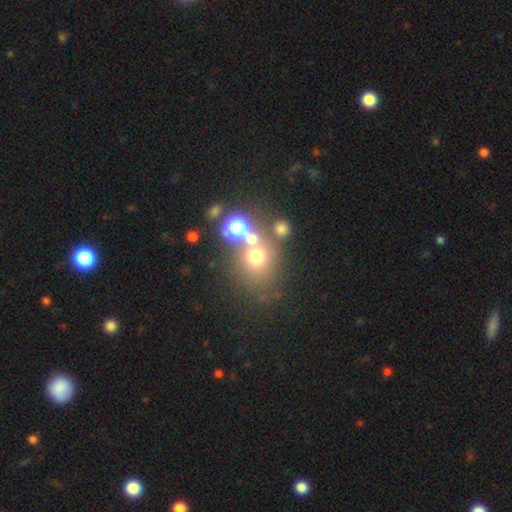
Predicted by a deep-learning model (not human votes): smooth 60%, star or artifact 25%, featured or disk 15%. Down the decision tree: how rounded — round (77%); merging — none (51%).